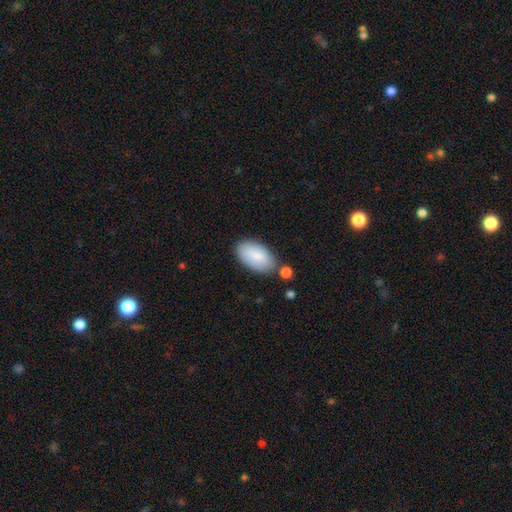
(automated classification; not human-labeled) A smooth galaxy with no disk features (84%) that is in between round and cigar-shaped (96%). Merging: none (72%).